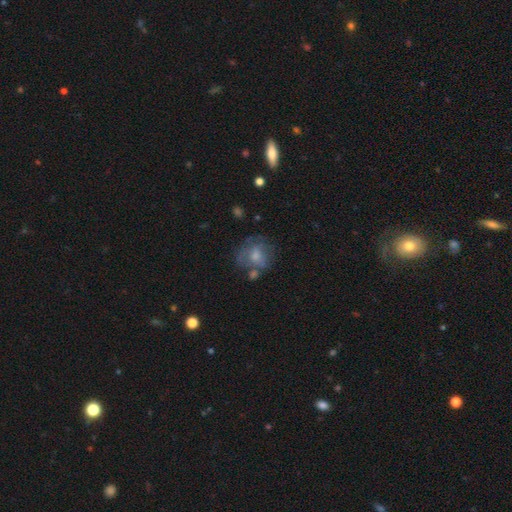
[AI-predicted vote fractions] Smooth or featured? Predicted: smooth (p=0.56). How rounded? Predicted: round (p=0.65). Merging? Predicted: none (p=0.46).